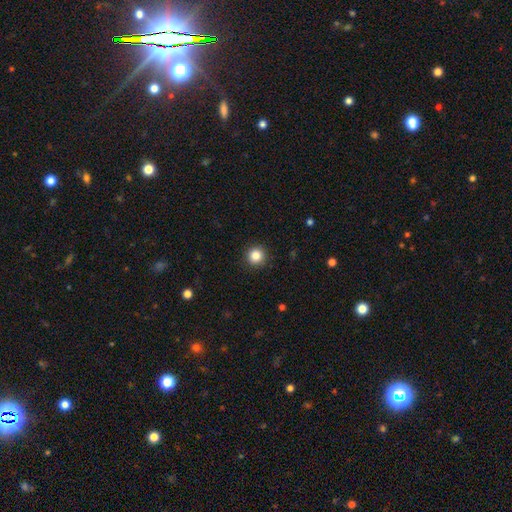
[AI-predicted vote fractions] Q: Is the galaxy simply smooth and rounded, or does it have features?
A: smooth — 84%.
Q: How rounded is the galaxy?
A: round — 95%.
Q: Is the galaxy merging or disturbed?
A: none — 92%.